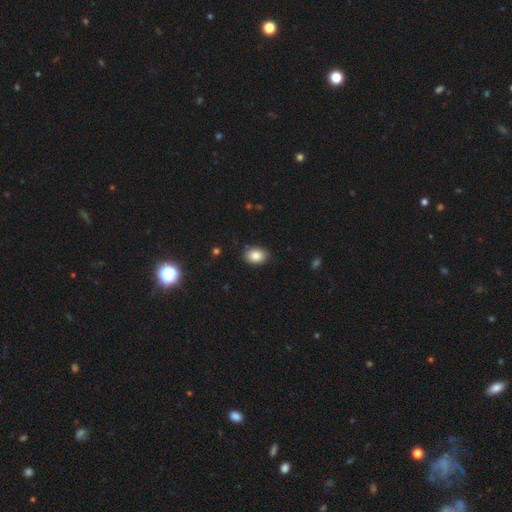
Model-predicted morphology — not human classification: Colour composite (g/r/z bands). It shows a smooth galaxy with no disk features (86%) that is in between round and cigar-shaped (77%). Merging: none (86%).